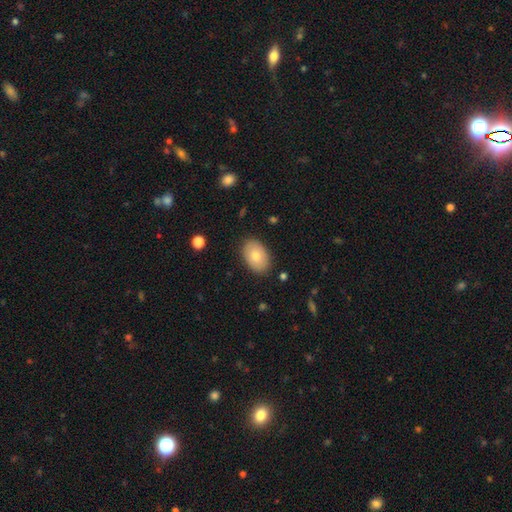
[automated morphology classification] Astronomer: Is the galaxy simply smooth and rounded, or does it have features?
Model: smooth — 76%.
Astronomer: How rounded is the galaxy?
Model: in between — 88%.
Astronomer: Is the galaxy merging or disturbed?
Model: none — 87%.